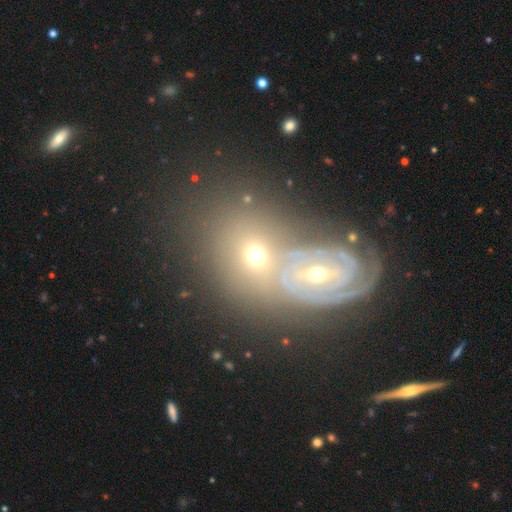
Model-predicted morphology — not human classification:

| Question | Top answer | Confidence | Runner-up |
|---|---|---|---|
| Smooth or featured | smooth | 59% | featured or disk (28%) |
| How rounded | round | 54% | in between (44%) |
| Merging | merger | 55% | none (30%) |